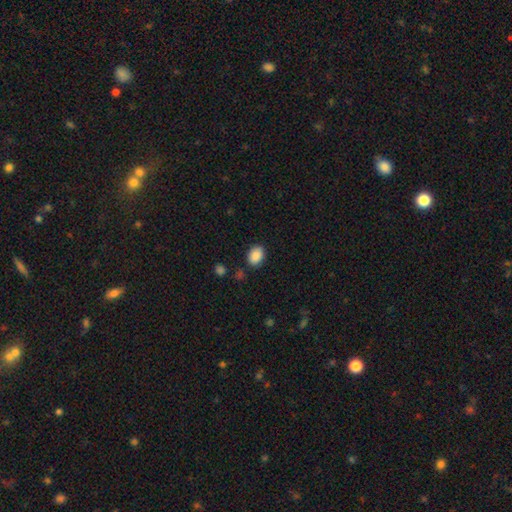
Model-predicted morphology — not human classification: Smooth or featured: smooth — 89% (star or artifact — 8%)
How rounded: in between — 72% (round — 27%)
Merging: none — 82% (minor disturbance — 12%)